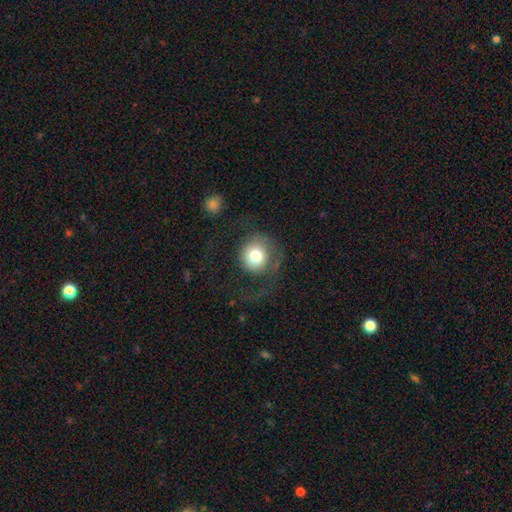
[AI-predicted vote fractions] Smooth or featured: smooth — 75% (featured or disk — 16%)
How rounded: round — 92% (in between — 8%)
Merging: none — 56% (major disturbance — 26%)